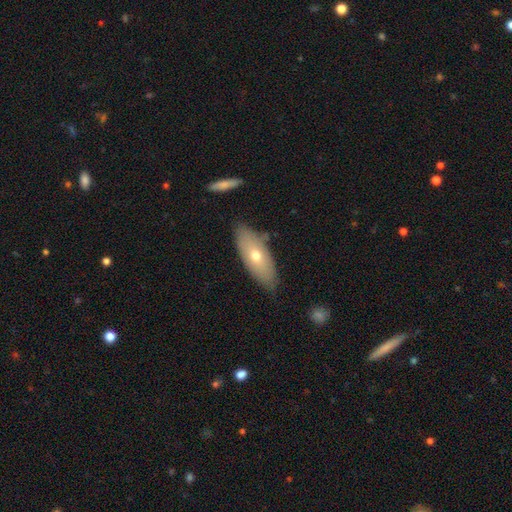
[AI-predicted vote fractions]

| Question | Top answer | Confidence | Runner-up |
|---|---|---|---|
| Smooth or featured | smooth | 60% | featured or disk (33%) |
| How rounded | in between | 74% | cigar-shaped (23%) |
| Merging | none | 80% | minor disturbance (15%) |